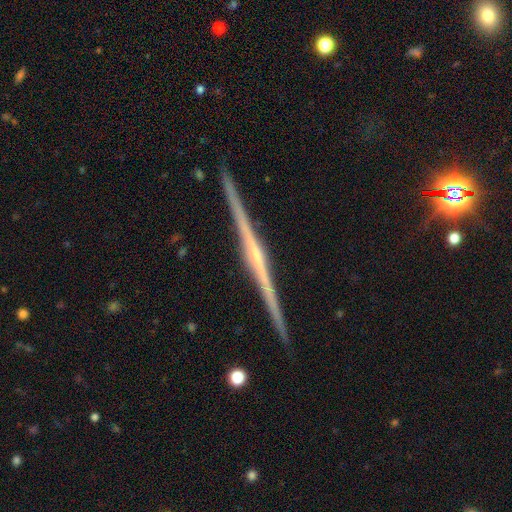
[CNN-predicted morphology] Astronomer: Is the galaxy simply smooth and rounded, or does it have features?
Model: featured or disk — 85%.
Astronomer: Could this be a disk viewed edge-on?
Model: yes — 99%.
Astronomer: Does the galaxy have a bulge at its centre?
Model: rounded — 44% (runner-up: none, 43%).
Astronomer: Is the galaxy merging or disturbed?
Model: none — 92%.